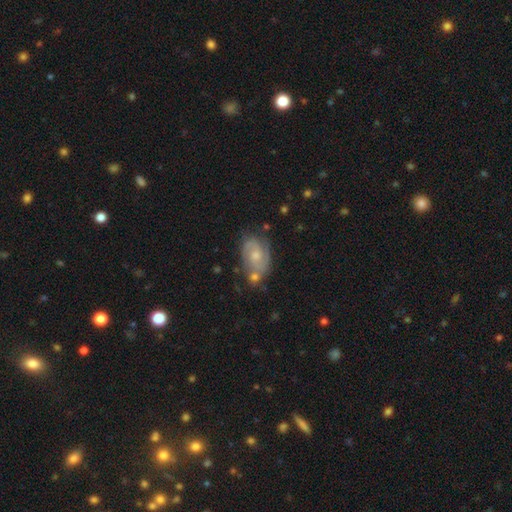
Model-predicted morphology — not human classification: The model was most divided on "spiral winding": tight: 44%, medium: 43%, loose: 13%. Remaining: edge-on disk — no (96%); spiral arms — yes (91%); smooth or featured — featured or disk (72%); spiral arm count — 2 (71%); bar — no (67%); merging — none (61%); bulge size — moderate (47%).